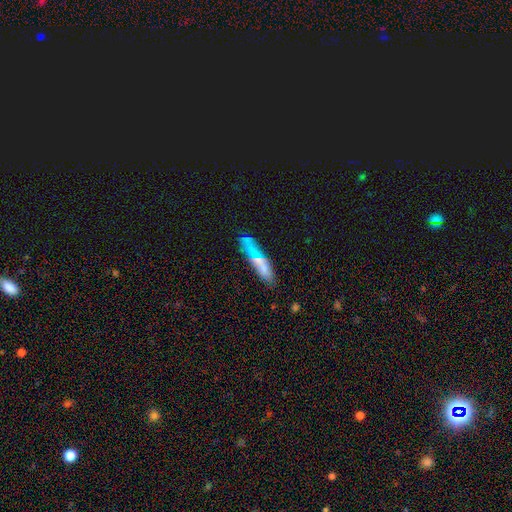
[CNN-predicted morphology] This is possibly a smooth galaxy (58%). How rounded: likely cigar-shaped (76%). Merging: likely none (66%).